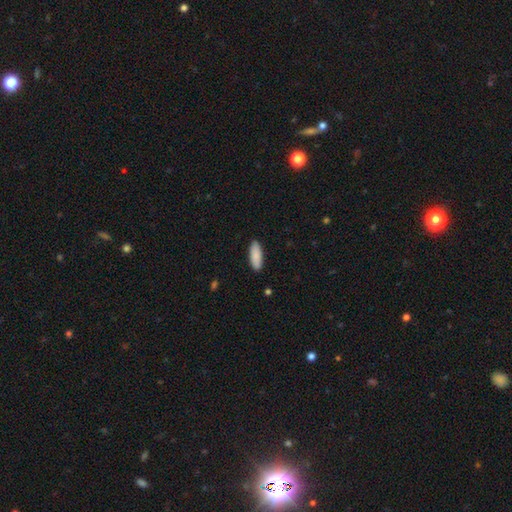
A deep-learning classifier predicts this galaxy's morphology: Smooth or featured: smooth — 89% (star or artifact — 6%)
How rounded: in between — 66% (cigar-shaped — 32%)
Merging: none — 89% (minor disturbance — 8%)